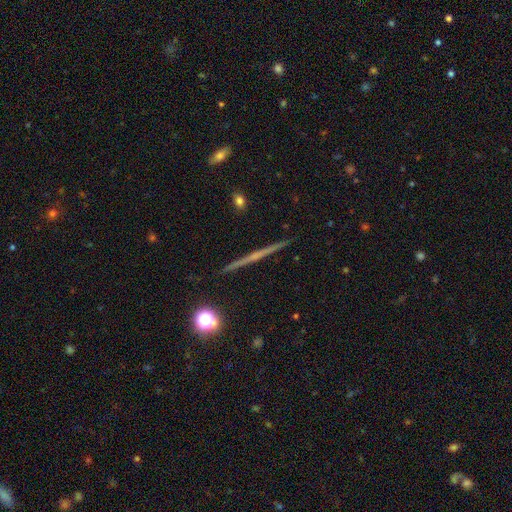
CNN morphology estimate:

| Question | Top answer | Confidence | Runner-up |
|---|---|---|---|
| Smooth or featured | featured or disk | 70% | smooth (21%) |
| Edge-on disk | yes | 98% | no (2%) |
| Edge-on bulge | none | 63% | rounded (31%) |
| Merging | none | 93% | minor disturbance (5%) |